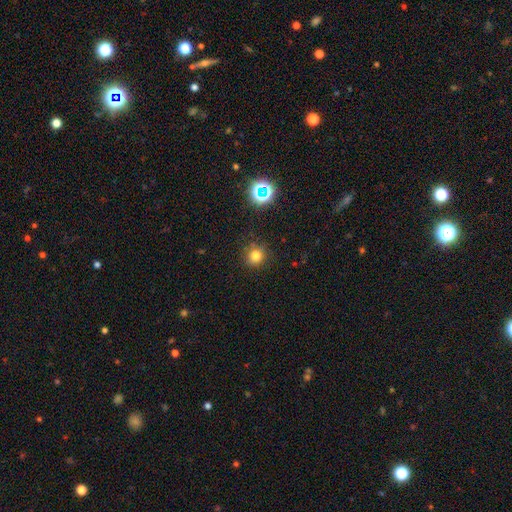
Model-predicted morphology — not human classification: type=smooth (76%); roundness=round (90%); merging=none (85%).